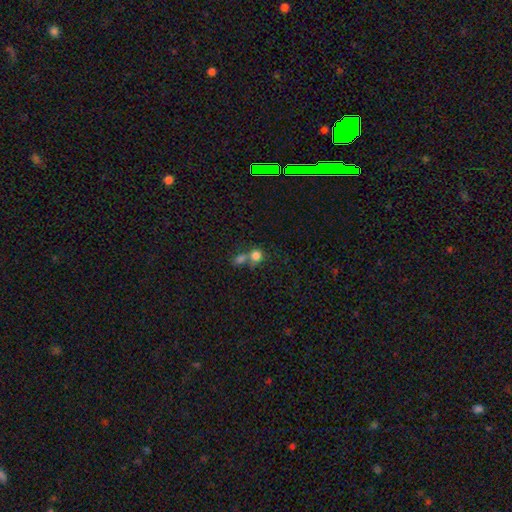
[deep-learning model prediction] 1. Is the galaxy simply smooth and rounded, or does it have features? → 79% smooth, 11% star or artifact, 10% featured or disk.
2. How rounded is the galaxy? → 77% round, 22% in between, 1% cigar-shaped.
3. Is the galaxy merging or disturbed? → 56% merger, 31% none, 7% minor disturbance, 5% major disturbance.